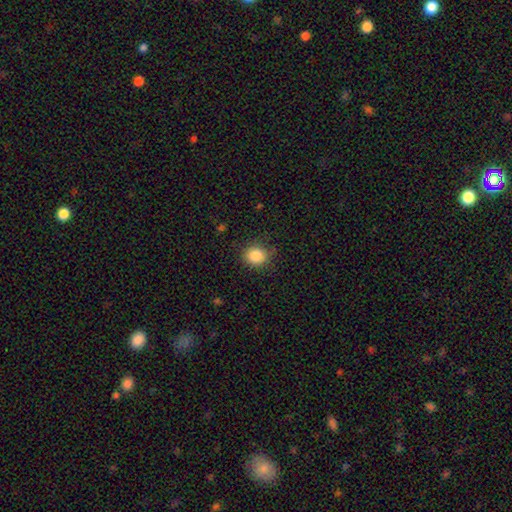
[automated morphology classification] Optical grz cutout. It shows a smooth galaxy with no disk features (85%) that is round (79%). Merging: none (82%).